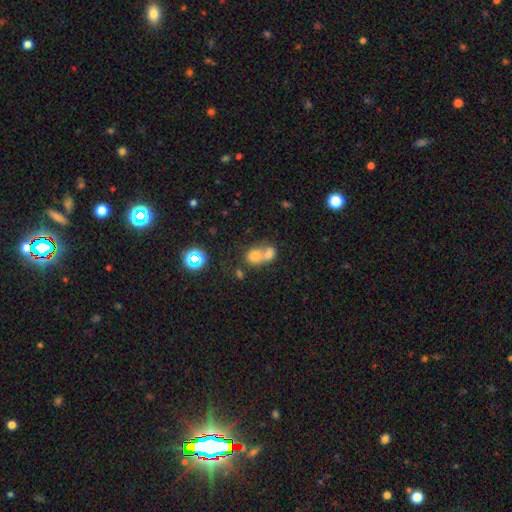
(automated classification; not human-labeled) A smooth galaxy with no disk features (70%) that is round (66%). Merging: merger (67%).